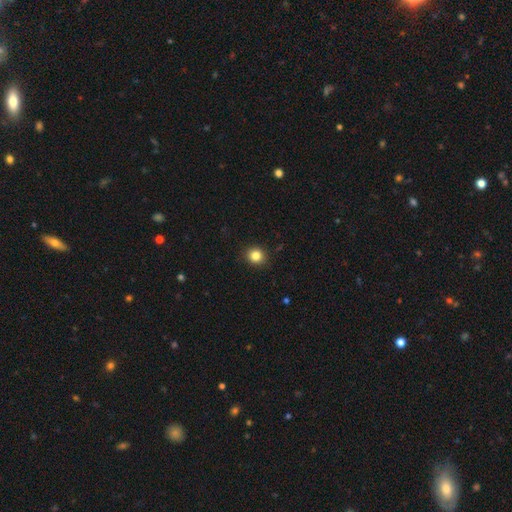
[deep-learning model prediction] smooth 84%, star or artifact 11%, featured or disk 5%. Down the decision tree: how rounded — round (87%); merging — none (91%).